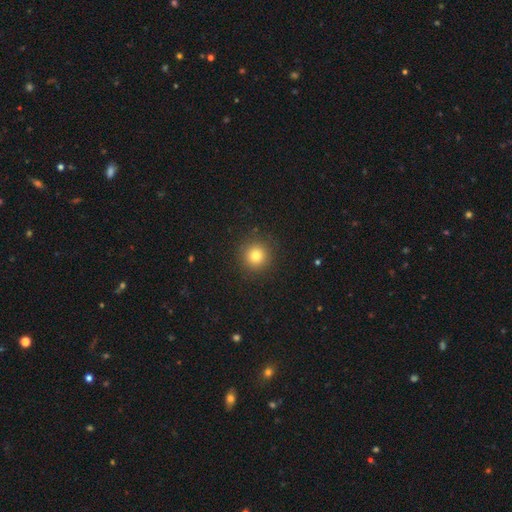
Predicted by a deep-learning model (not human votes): Q: Smooth or featured?
A: smooth (80%); runner-up: star or artifact (13%)
Q: How rounded?
A: round (95%); runner-up: in between (4%)
Q: Merging?
A: none (91%); runner-up: minor disturbance (5%)